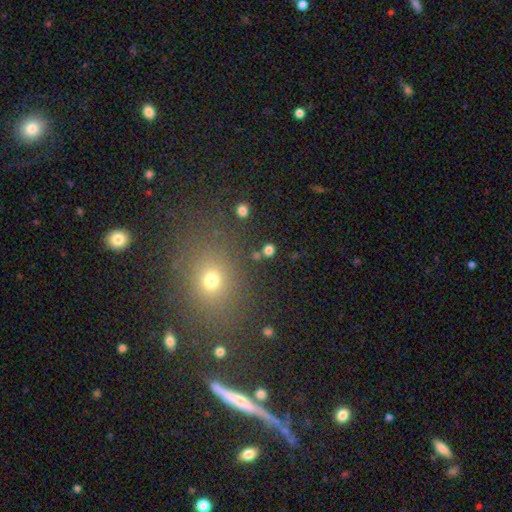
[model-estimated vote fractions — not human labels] Overall: smooth (60%; star or artifact 29%). How rounded: round (54%; in between 44%). Merging: none (80%).